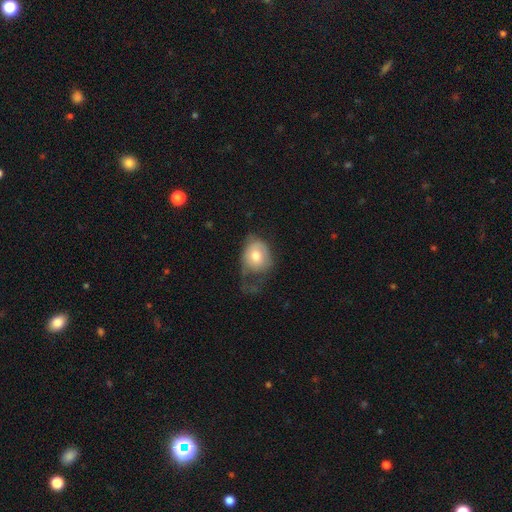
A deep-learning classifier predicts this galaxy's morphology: A smooth galaxy with no disk features (68%) that is round (52%). Merging: major disturbance (40%).